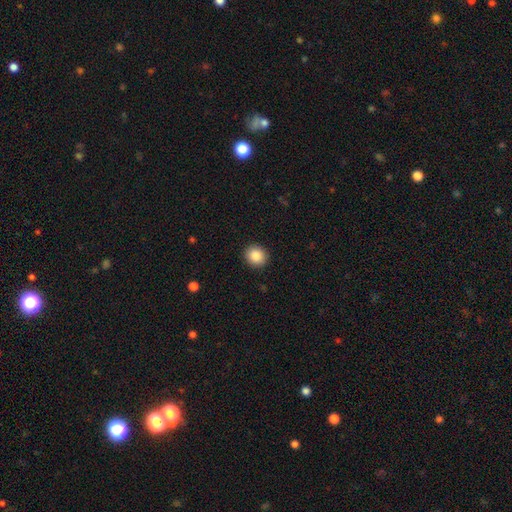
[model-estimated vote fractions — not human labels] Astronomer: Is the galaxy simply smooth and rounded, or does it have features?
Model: smooth — 87%.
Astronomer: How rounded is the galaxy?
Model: round — 85%.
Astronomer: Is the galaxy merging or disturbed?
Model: none — 92%.